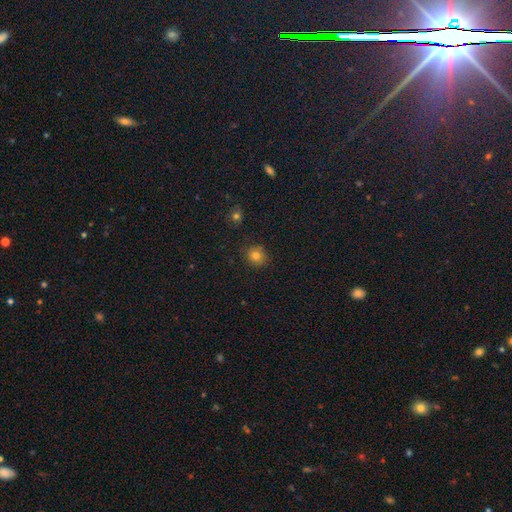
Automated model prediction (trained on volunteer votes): smooth-or-featured: smooth: 80% | star or artifact: 13% | featured or disk: 7%
  how-rounded: round: 86% | in between: 13% | cigar-shaped: 1%
  merging: none: 87% | minor disturbance: 9% | major disturbance: 2% | merger: 2%